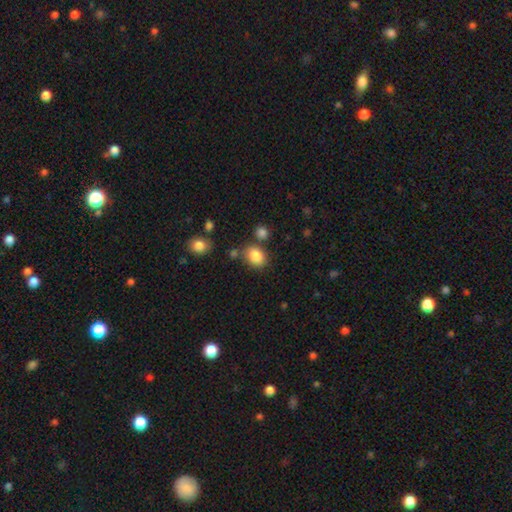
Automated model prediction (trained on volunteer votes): Smooth or featured?
  - smooth: 85% *
  - star or artifact: 9%
  - featured or disk: 5%
How rounded?
  - in between: 62% *
  - round: 37%
  - cigar-shaped: 1%
Merging?
  - none: 71% *
  - minor disturbance: 14%
  - merger: 11%
  - major disturbance: 4%